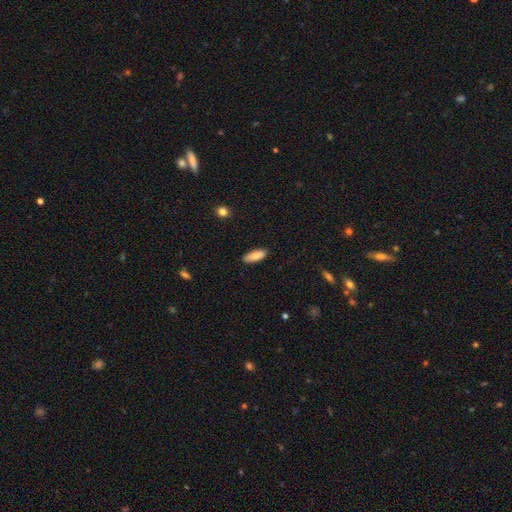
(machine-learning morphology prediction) This appears to be a smooth galaxy with no disk features (84%) that is in between round and cigar-shaped (73%). Merging: none (87%).